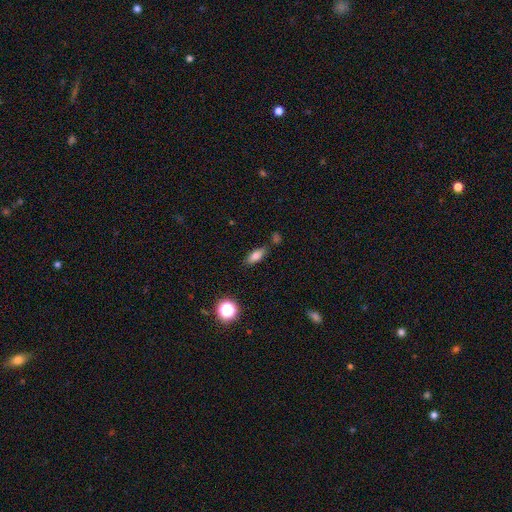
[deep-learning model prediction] Morphology: type=smooth (76%); roundness=in between (77%); merging=none (76%).